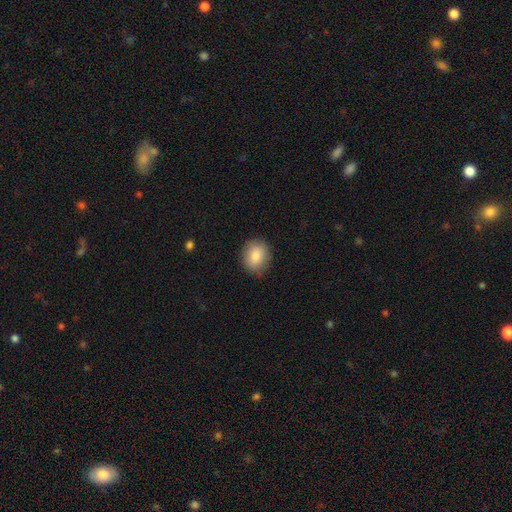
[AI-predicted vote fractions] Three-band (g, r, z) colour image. It shows a smooth galaxy with no disk features (83%) that is round (55%). Merging: none (83%).